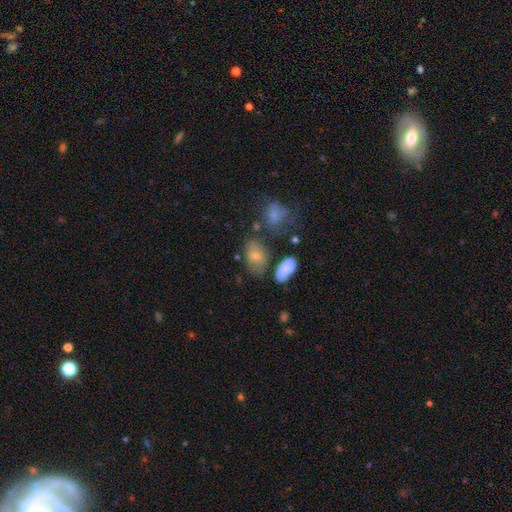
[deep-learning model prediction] This appears to be a smooth galaxy with no disk features (62%) that is in between round and cigar-shaped (83%). Merging: none (59%).